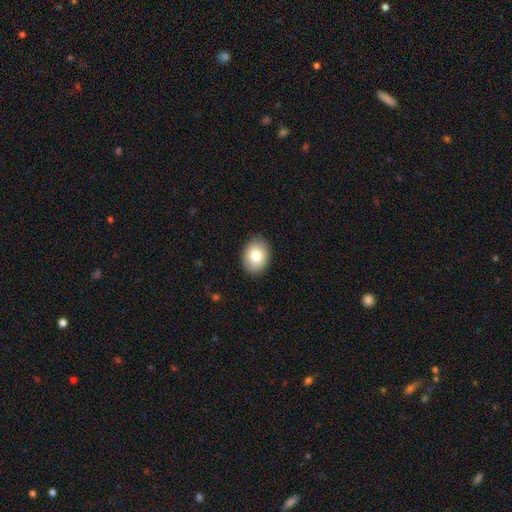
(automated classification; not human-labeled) Overall: smooth (81%). How rounded: in between (69%; round 31%). Merging: none (88%).